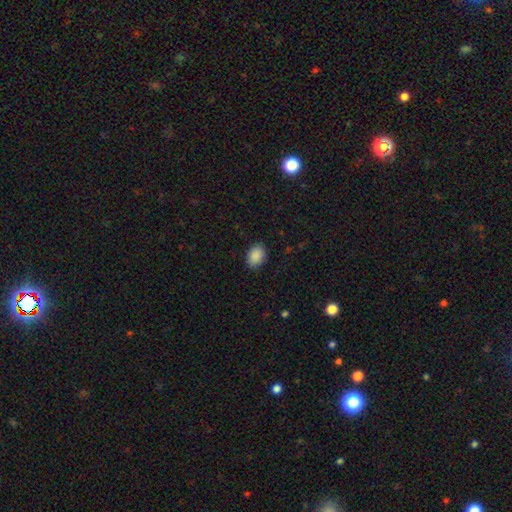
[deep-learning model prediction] Smooth or featured? smooth (89%)
How rounded? in between (73%)
Merging? none (87%)